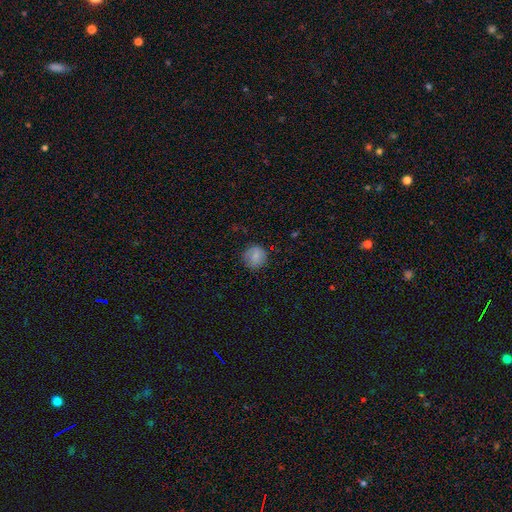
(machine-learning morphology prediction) Q: Smooth or featured?
A: smooth (82%); runner-up: featured or disk (9%)
Q: How rounded?
A: round (89%); runner-up: in between (10%)
Q: Merging?
A: none (82%); runner-up: minor disturbance (13%)